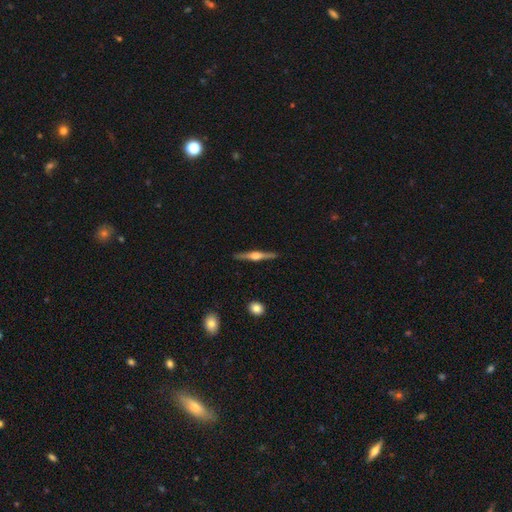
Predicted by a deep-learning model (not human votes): Smooth or featured?
  - featured or disk: 75% *
  - smooth: 20%
  - star or artifact: 5%
Edge-on disk?
  - yes: 98% *
  - no: 2%
Edge-on bulge?
  - rounded: 85% *
  - boxy: 12%
  - none: 3%
Merging?
  - none: 90% *
  - minor disturbance: 7%
  - major disturbance: 2%
  - merger: 1%